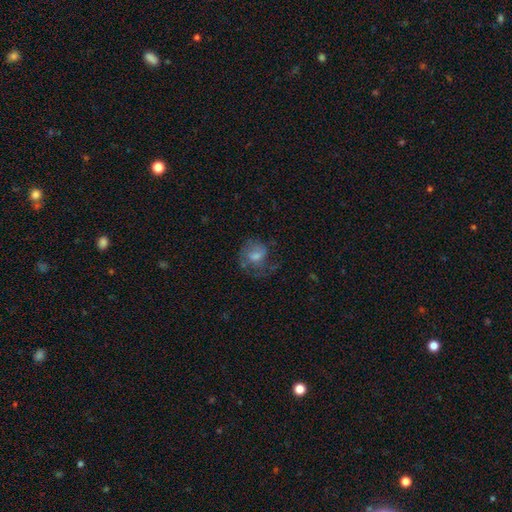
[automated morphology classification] type=smooth (48%); merging=none (40%).